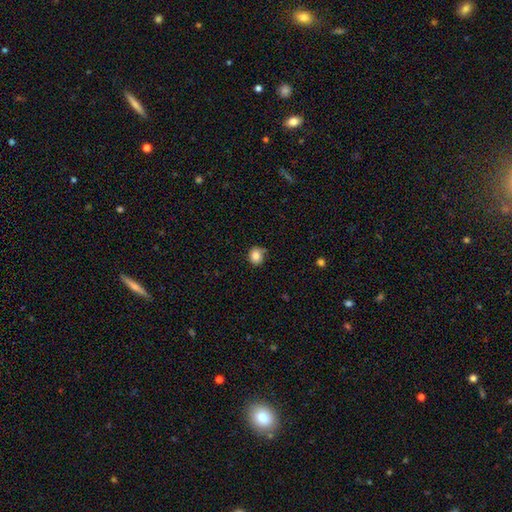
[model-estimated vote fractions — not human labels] A smooth galaxy with no disk features (85%) that is round (72%).

Vote fractions:
- Smooth or featured? smooth: 85% / star or artifact: 10% / featured or disk: 5%
- How rounded? round: 72% / in between: 27% / cigar-shaped: 1%
- Merging? none: 79% / minor disturbance: 16% / major disturbance: 3% / merger: 3%